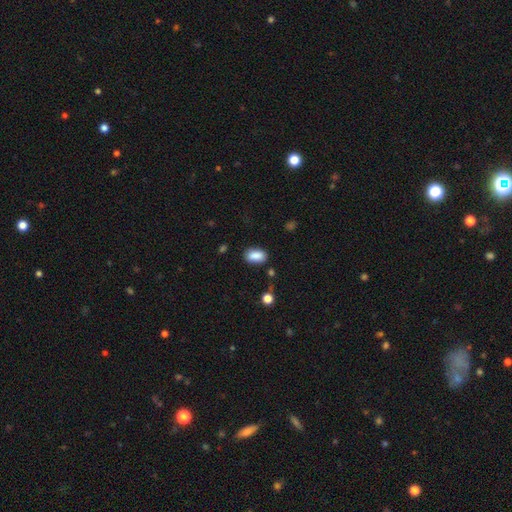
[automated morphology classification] A smooth galaxy with no disk features (88%) that is in between round and cigar-shaped (91%). Merging: none (81%).